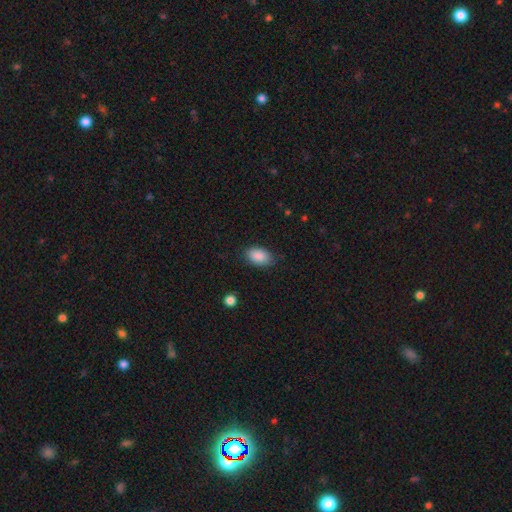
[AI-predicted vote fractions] Smooth or featured: smooth — 88% (star or artifact — 8%)
How rounded: in between — 91% (round — 7%)
Merging: none — 83% (minor disturbance — 13%)